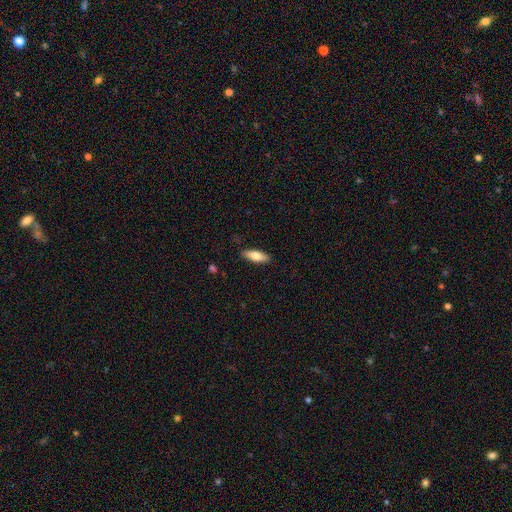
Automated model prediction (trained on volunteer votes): Overall: smooth (74%). How rounded: in between (59%; cigar-shaped 39%). Merging: none (88%).